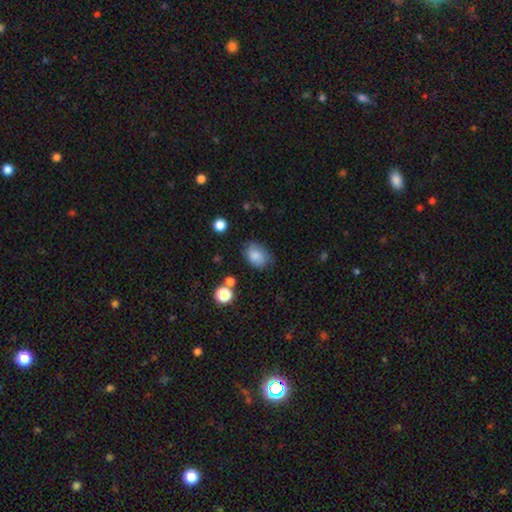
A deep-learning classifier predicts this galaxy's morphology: Smooth or featured: smooth — 81% (featured or disk — 10%)
How rounded: in between — 74% (round — 25%)
Merging: none — 65% (minor disturbance — 26%)